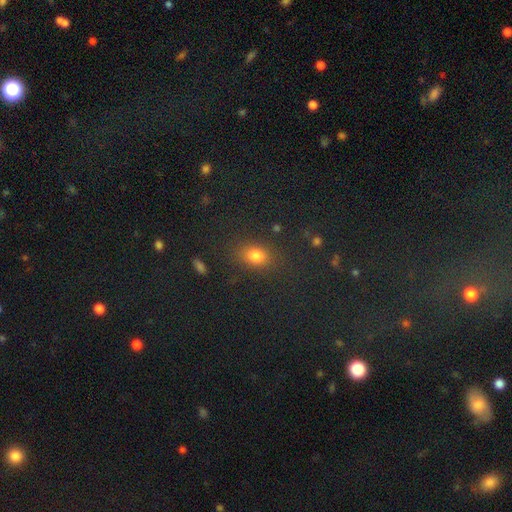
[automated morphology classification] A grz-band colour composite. It shows a smooth galaxy with no disk features (76%) that is in between round and cigar-shaped (61%). Merging: none (81%).